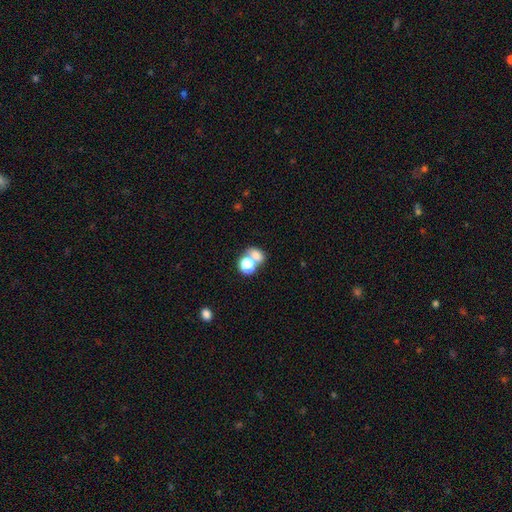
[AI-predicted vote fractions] A smooth galaxy with no disk features (71%) that is in between round and cigar-shaped (57%).

Vote fractions:
- Smooth or featured? smooth: 71% / star or artifact: 18% / featured or disk: 12%
- How rounded? in between: 57% / round: 42% / cigar-shaped: 2%
- Merging? merger: 48% / none: 38% / minor disturbance: 8% / major disturbance: 6%